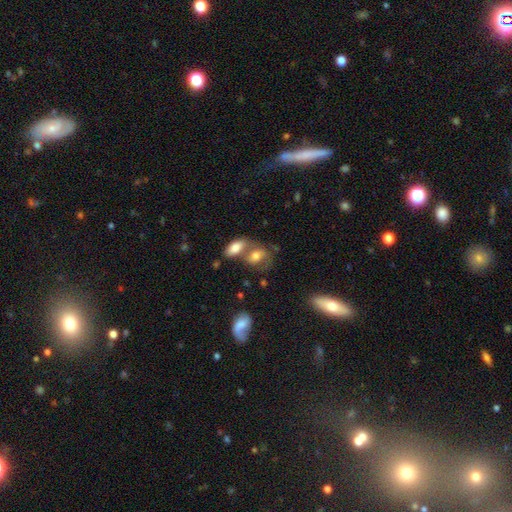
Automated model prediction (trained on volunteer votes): Q: Smooth or featured?
A: smooth (65%); runner-up: featured or disk (26%)
Q: How rounded?
A: in between (74%); runner-up: round (23%)
Q: Merging?
A: merger (49%); runner-up: none (33%)